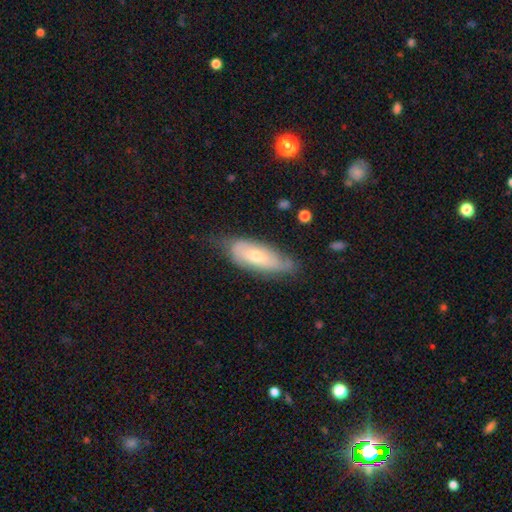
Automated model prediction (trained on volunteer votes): Overall: smooth (50%; featured or disk 44%). Merging: none (54%; minor disturbance 33%).